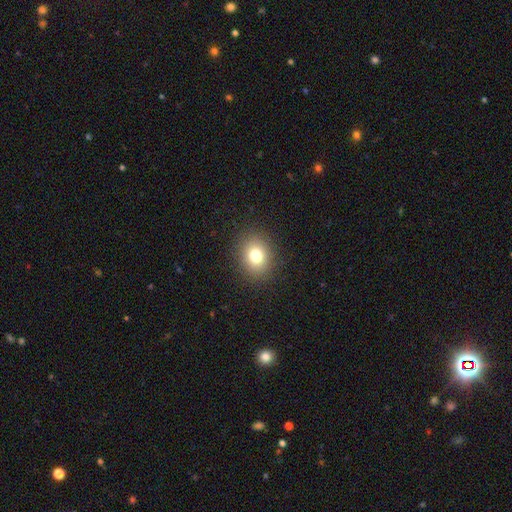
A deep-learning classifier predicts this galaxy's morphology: Smooth or featured?
  - smooth: 77% *
  - star or artifact: 13%
  - featured or disk: 10%
How rounded?
  - round: 63% *
  - in between: 36%
  - cigar-shaped: 1%
Merging?
  - none: 90% *
  - minor disturbance: 7%
  - major disturbance: 3%
  - merger: 1%